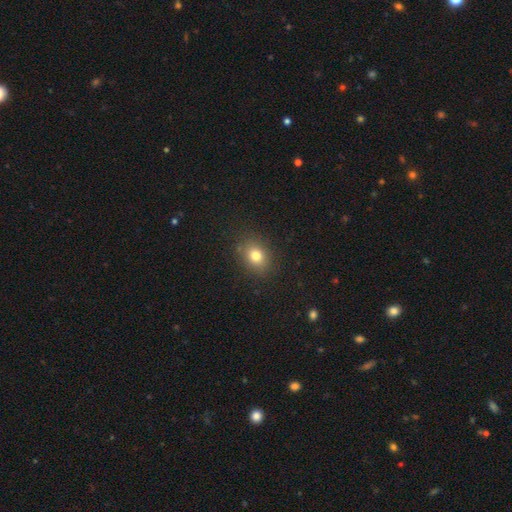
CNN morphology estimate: A smooth galaxy with no disk features (79%) that is in between round and cigar-shaped (53%). Merging: none (85%).